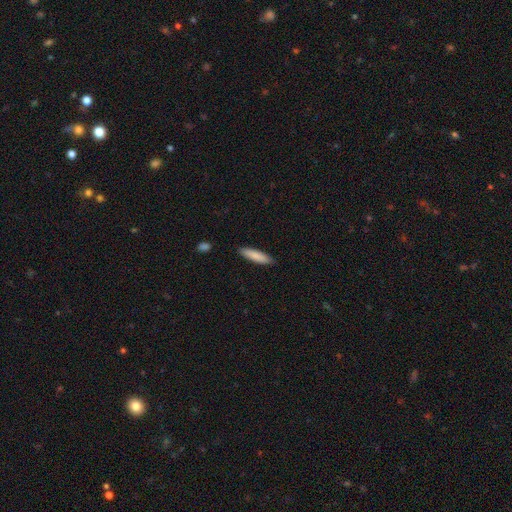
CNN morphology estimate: smooth-or-featured: smooth: 85% | featured or disk: 10% | star or artifact: 6%
  how-rounded: cigar-shaped: 77% | in between: 22% | round: 1%
  merging: none: 89% | minor disturbance: 8% | major disturbance: 2% | merger: 1%